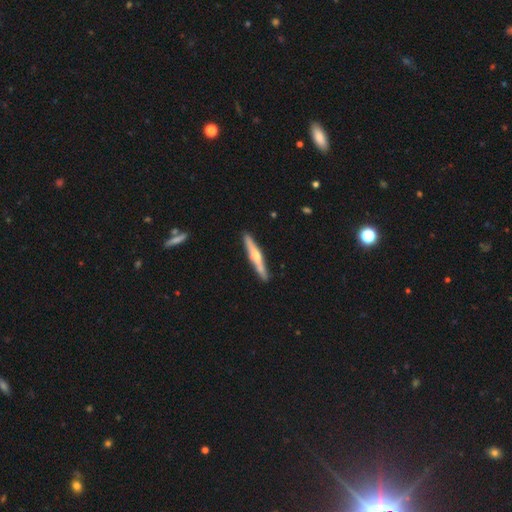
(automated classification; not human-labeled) A featured or disk galaxy (56%) viewed edge-on (95%) with a rounded central bulge (75%). Merging: none (87%).